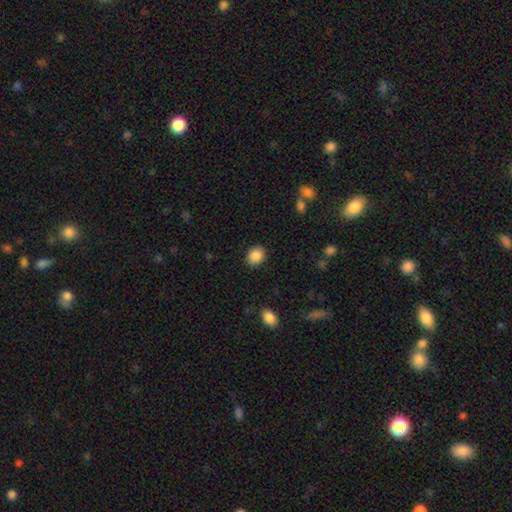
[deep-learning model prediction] This is clearly a smooth galaxy (88%). How rounded: possibly in between (54%). Merging: clearly none (88%).